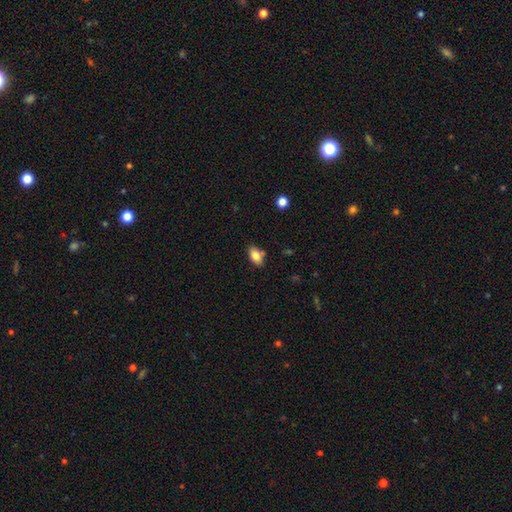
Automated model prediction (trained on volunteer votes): This is clearly a smooth galaxy (81%). How rounded: clearly in between (89%). Merging: likely none (76%).